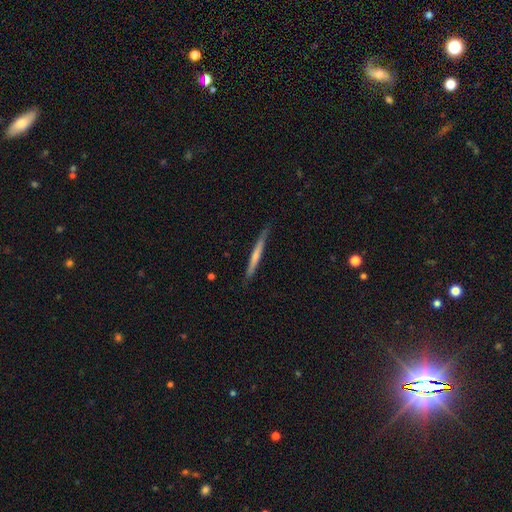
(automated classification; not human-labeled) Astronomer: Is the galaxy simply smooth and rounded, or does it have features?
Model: smooth — 48% (runner-up: featured or disk, 47%).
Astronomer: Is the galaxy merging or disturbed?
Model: none — 84%.